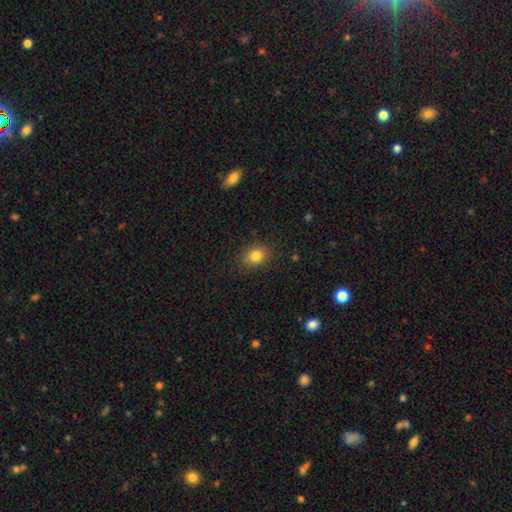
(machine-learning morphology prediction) smooth-or-featured: smooth: 82% | star or artifact: 11% | featured or disk: 6%
  how-rounded: round: 58% | in between: 41% | cigar-shaped: 1%
  merging: none: 86% | minor disturbance: 10% | major disturbance: 3% | merger: 1%